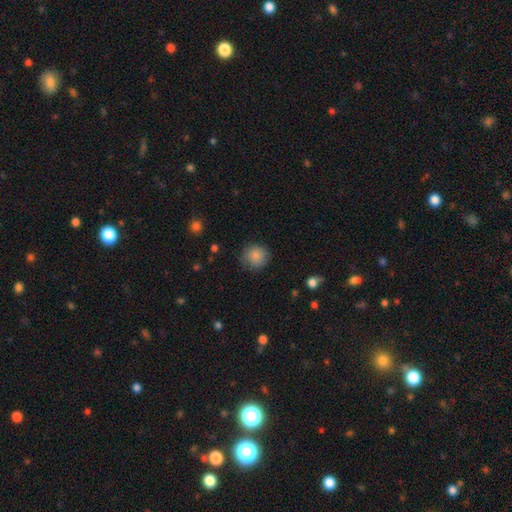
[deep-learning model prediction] smooth_or_featured: smooth (p=0.85) [alt: star or artifact p=0.09]
how_rounded: round (p=0.91) [alt: in between p=0.08]
merging: none (p=0.82) [alt: minor disturbance p=0.13]